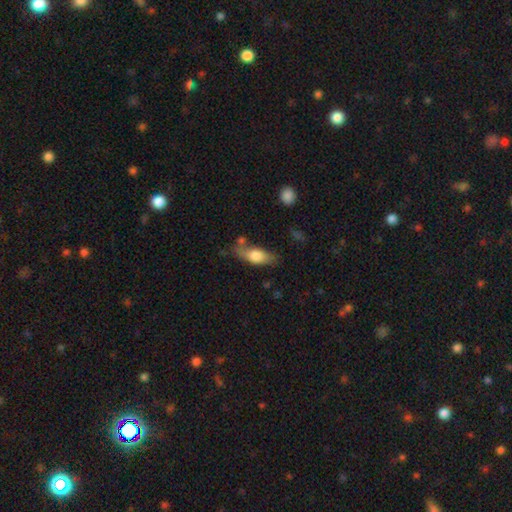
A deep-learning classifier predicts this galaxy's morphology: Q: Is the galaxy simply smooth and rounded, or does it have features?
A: smooth — 68%.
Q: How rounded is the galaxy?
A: in between — 74%.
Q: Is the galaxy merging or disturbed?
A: none — 56%.